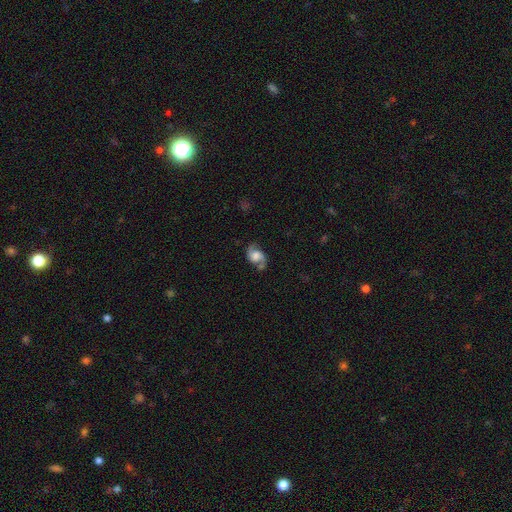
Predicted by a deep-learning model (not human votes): Q: Smooth or featured?
A: featured or disk (63%); runner-up: smooth (28%)
Q: Edge-on disk?
A: no (97%); runner-up: yes (3%)
Q: Bar?
A: no (62%); runner-up: weak (31%)
Q: Spiral arms?
A: yes (90%); runner-up: no (10%)
Q: Spiral winding?
A: loose (46%); runner-up: medium (40%)
Q: Spiral arm count?
A: 2 (88%); runner-up: 1 (5%)
Q: Bulge size?
A: large (40%); runner-up: moderate (24%)
Q: Merging?
A: none (55%); runner-up: minor disturbance (22%)